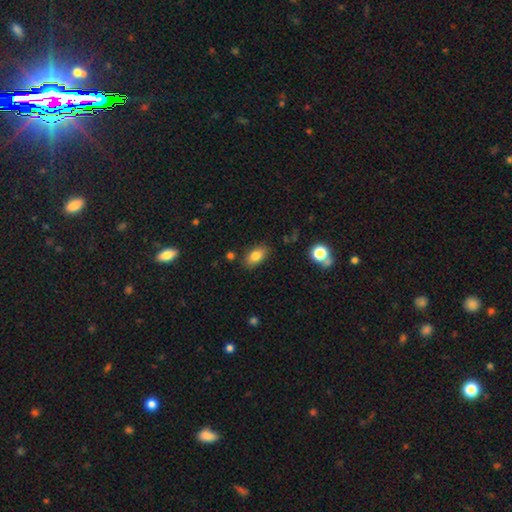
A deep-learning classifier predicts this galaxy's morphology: Smooth or featured? smooth (82%)
How rounded? in between (89%)
Merging? none (83%)